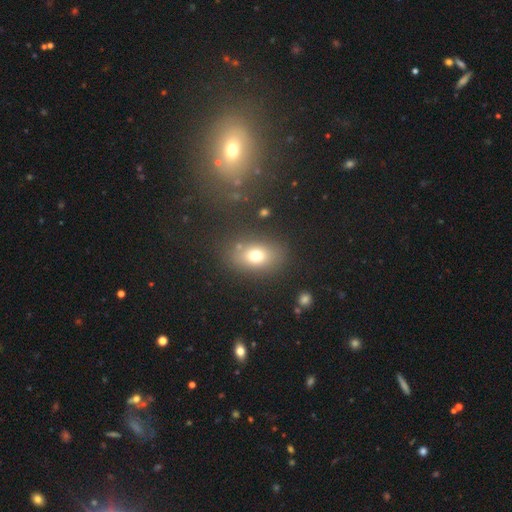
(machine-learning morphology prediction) smooth-or-featured: smooth: 73% | star or artifact: 14% | featured or disk: 13%
  how-rounded: in between: 69% | round: 29% | cigar-shaped: 2%
  merging: none: 78% | minor disturbance: 11% | major disturbance: 6% | merger: 5%